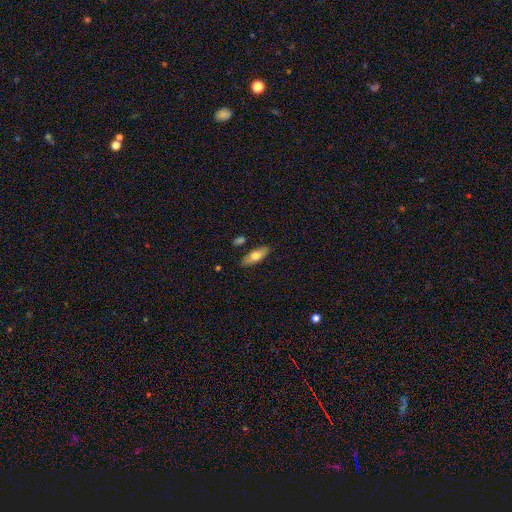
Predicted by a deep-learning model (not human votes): smooth_or_featured: smooth (p=0.66) [alt: featured or disk p=0.28]
how_rounded: in between (p=0.72) [alt: cigar-shaped p=0.26]
merging: none (p=0.84) [alt: minor disturbance p=0.11]